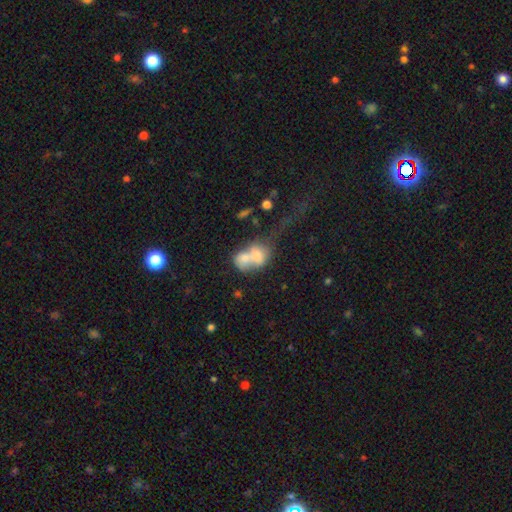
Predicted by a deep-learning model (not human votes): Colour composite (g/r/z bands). It shows a smooth galaxy with no disk features (67%) that is in between round and cigar-shaped (61%). Merging: merger (73%).